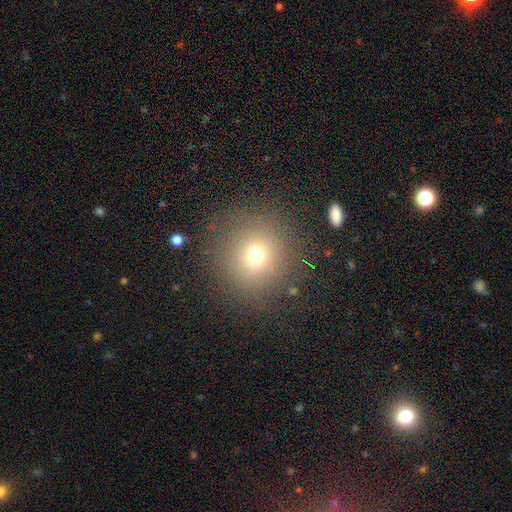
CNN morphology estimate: The model was most divided on "smooth or featured": smooth: 70%, star or artifact: 19%, featured or disk: 11%. More confident: how rounded — round (91%); merging — none (85%).